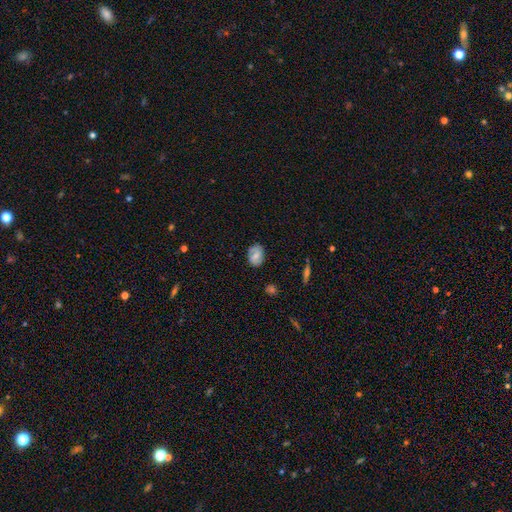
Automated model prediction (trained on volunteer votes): Morphology: type=smooth (52%); roundness=in between (68%); merging=none (79%).